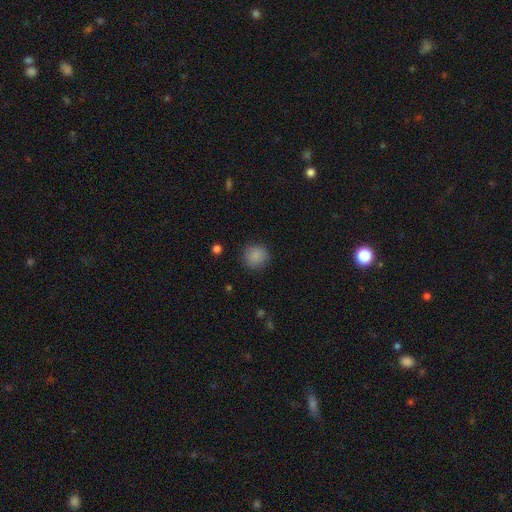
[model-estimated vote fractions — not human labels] The model was most divided on "smooth or featured": smooth: 86%, star or artifact: 10%, featured or disk: 4%. More confident: how rounded — round (89%); merging — none (87%).